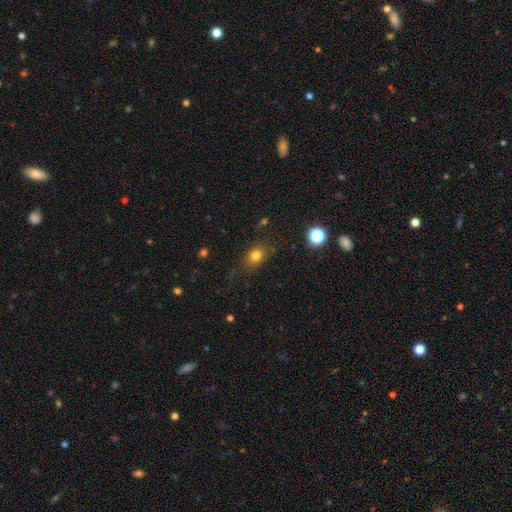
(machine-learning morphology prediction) This appears to be a smooth galaxy with no disk features (79%) that is in between round and cigar-shaped (55%). Merging: none (80%).